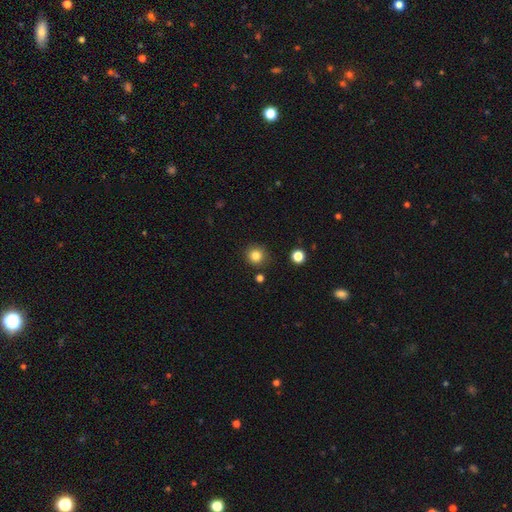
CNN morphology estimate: A smooth galaxy with no disk features (83%) that is round (92%). Merging: none (87%).